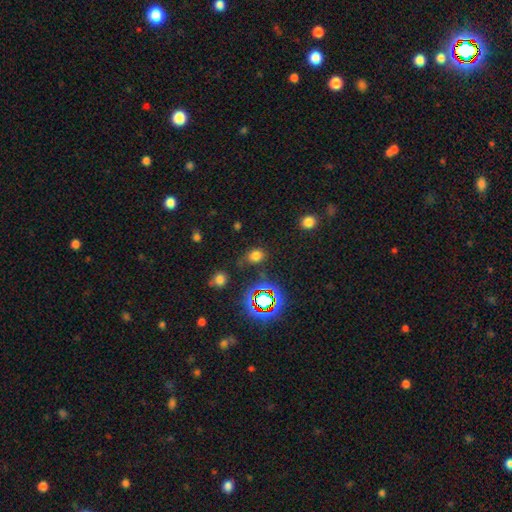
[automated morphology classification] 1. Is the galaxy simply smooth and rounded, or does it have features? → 67% smooth, 26% star or artifact, 7% featured or disk.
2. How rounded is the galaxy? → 50% round, 49% in between, 2% cigar-shaped.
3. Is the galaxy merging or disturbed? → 73% none, 16% minor disturbance, 6% major disturbance, 4% merger.